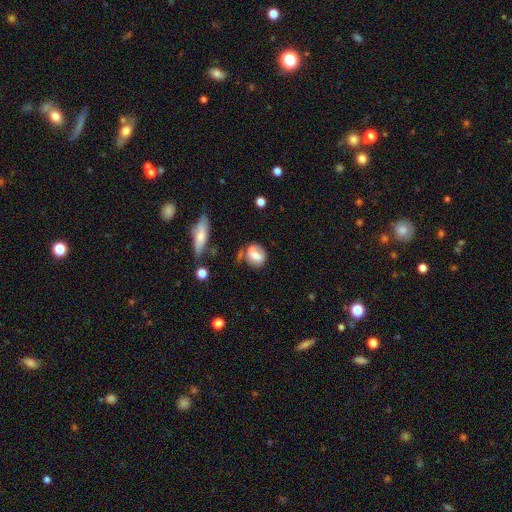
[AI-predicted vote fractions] A smooth galaxy with no disk features (64%) that is in between round and cigar-shaped (54%). Merging: none (45%).